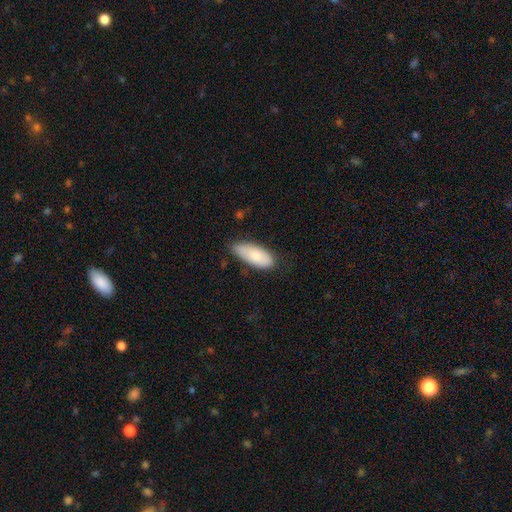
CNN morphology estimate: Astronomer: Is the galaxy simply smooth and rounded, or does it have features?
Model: smooth — 78%.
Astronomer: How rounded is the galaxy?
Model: in between — 84%.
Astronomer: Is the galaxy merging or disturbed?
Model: none — 69%.